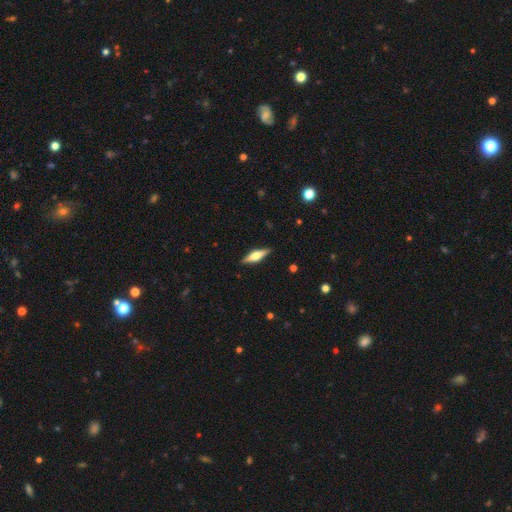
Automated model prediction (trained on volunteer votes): smooth-or-featured: featured or disk: 58% | smooth: 36% | star or artifact: 6%
  disk-edge-on: yes: 96% | no: 4%
    edge-on-bulge: rounded: 89% | boxy: 9% | none: 3%
  merging: none: 90% | minor disturbance: 8% | major disturbance: 2% | merger: 1%